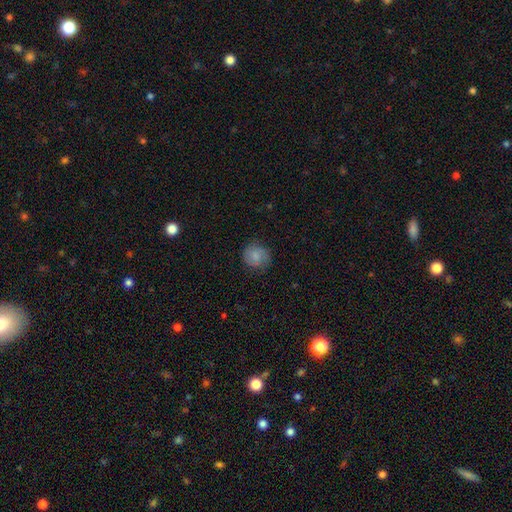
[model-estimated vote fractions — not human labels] Smooth or featured: smooth — 70% (featured or disk — 22%)
How rounded: round — 83% (in between — 16%)
Merging: none — 75% (minor disturbance — 18%)